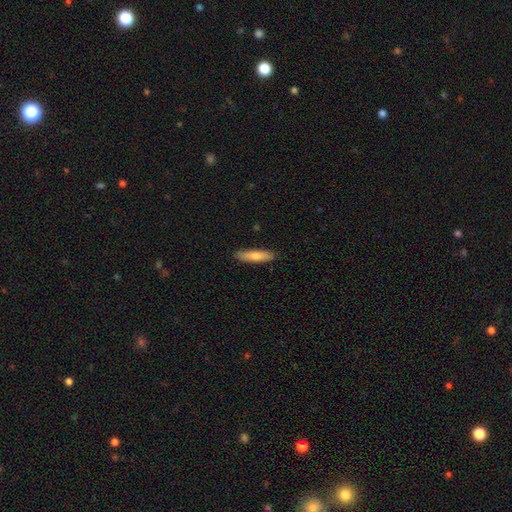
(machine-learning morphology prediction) The model was most divided on "how rounded": cigar-shaped: 75%, in between: 23%, round: 2%. More confident: merging — none (89%); smooth or featured — smooth (77%).